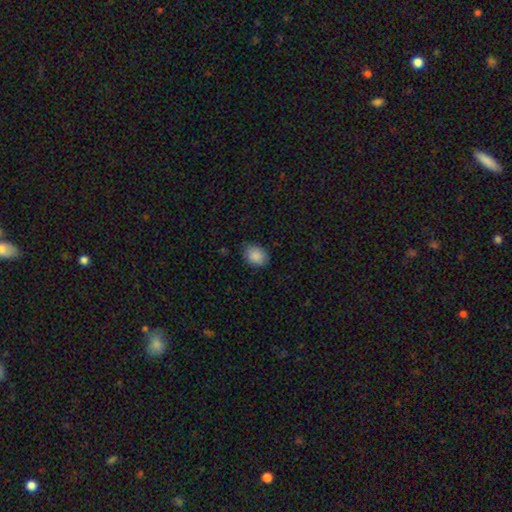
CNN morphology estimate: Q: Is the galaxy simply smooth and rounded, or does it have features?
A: smooth — 88%.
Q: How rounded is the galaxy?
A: in between — 69%.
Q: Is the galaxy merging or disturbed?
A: none — 81%.